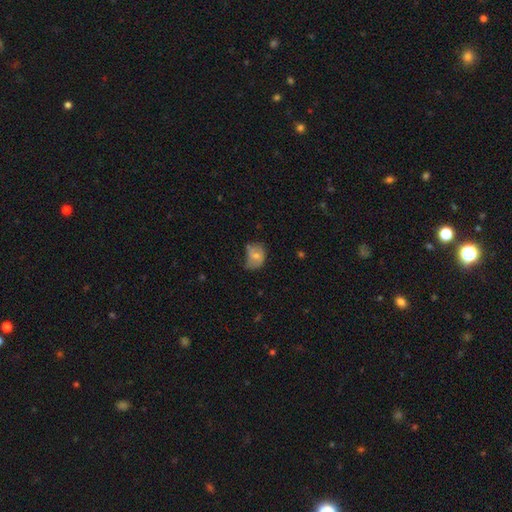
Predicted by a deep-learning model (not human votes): Smooth or featured? Predicted: smooth (p=0.56). How rounded? Predicted: in between (p=0.59). Merging? Predicted: minor disturbance (p=0.39).